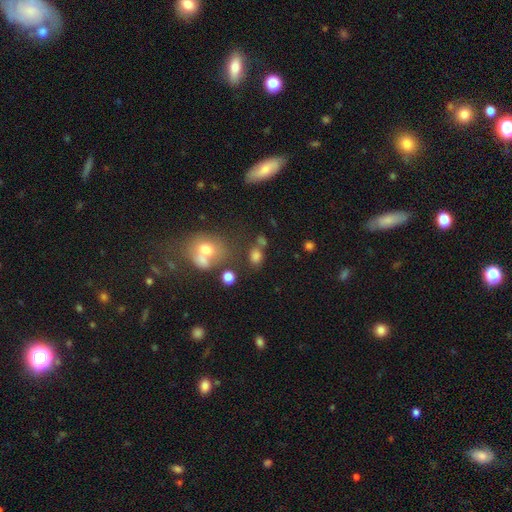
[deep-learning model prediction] smooth-or-featured: smooth: 76% | star or artifact: 16% | featured or disk: 9%
  how-rounded: in between: 62% | round: 36% | cigar-shaped: 2%
  merging: none: 55% | merger: 23% | minor disturbance: 14% | major disturbance: 8%